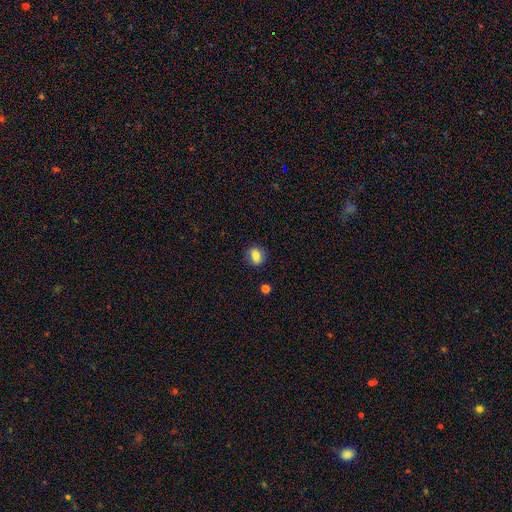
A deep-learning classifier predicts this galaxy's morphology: smooth-or-featured: smooth: 70% | featured or disk: 20% | star or artifact: 10%
  how-rounded: round: 60% | in between: 38% | cigar-shaped: 2%
  merging: none: 83% | minor disturbance: 12% | major disturbance: 3% | merger: 2%